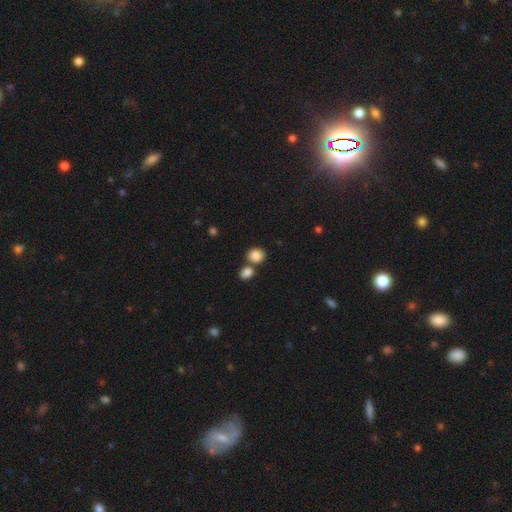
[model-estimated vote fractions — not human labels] Q: Smooth or featured?
A: smooth (86%); runner-up: star or artifact (9%)
Q: How rounded?
A: round (72%); runner-up: in between (27%)
Q: Merging?
A: none (56%); runner-up: merger (32%)